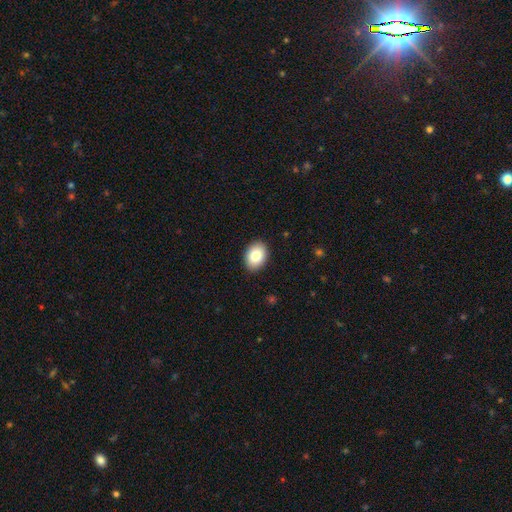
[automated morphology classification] Smooth or featured: smooth — 85% (featured or disk — 8%)
How rounded: in between — 76% (round — 23%)
Merging: none — 90% (minor disturbance — 8%)